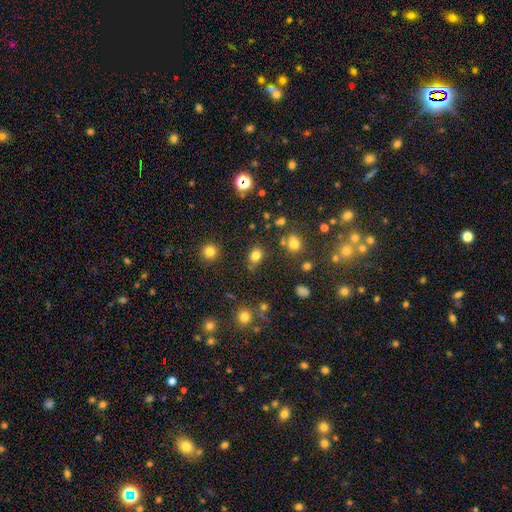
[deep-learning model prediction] Smooth or featured: smooth — 77% (star or artifact — 17%)
How rounded: round — 60% (in between — 39%)
Merging: none — 74% (minor disturbance — 13%)